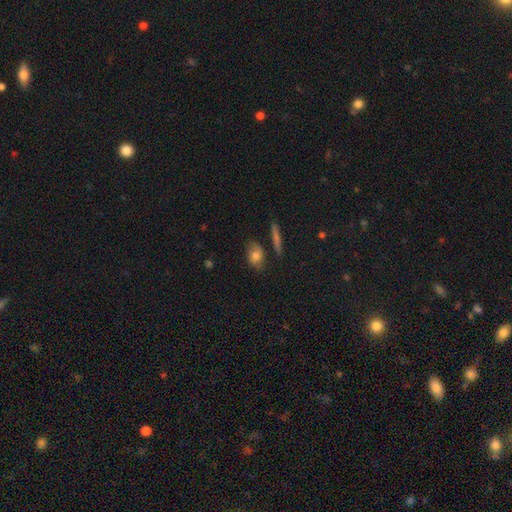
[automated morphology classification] smooth_or_featured: smooth (p=0.73) [alt: featured or disk p=0.18]
how_rounded: in between (p=0.65) [alt: round p=0.28]
merging: none (p=0.68) [alt: minor disturbance p=0.20]